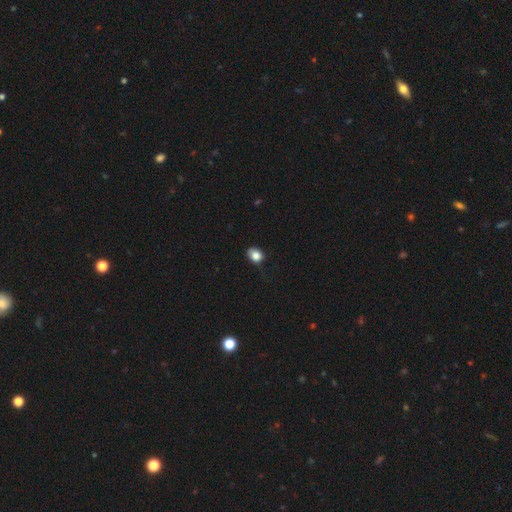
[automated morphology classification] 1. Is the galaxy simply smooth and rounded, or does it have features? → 83% smooth, 10% star or artifact, 7% featured or disk.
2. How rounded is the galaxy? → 50% round, 49% in between, 1% cigar-shaped.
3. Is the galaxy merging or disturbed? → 65% none, 28% minor disturbance, 6% major disturbance, 1% merger.